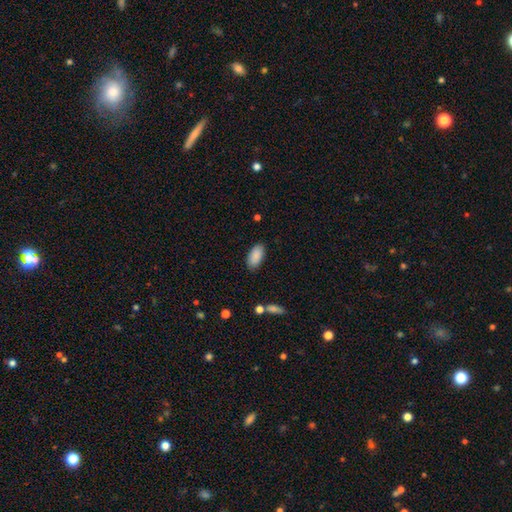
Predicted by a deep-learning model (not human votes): The model was most divided on "merging": none: 85%, minor disturbance: 11%, major disturbance: 3%, merger: 2%. More confident: how rounded — in between (93%); smooth or featured — smooth (89%).